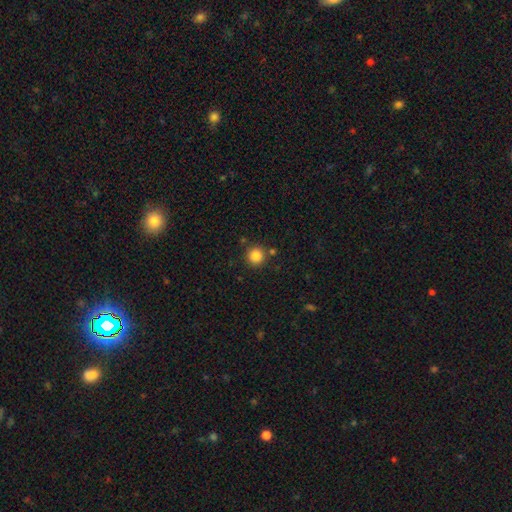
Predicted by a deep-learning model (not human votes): This appears to be a smooth galaxy with no disk features (85%) that is round (94%). Merging: none (84%).